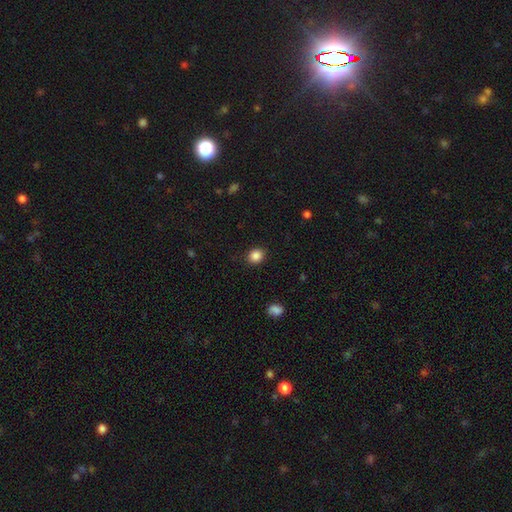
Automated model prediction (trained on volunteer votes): smooth-or-featured: smooth: 86% | star or artifact: 10% | featured or disk: 4%
  how-rounded: round: 69% | in between: 30% | cigar-shaped: 1%
  merging: none: 89% | minor disturbance: 8% | major disturbance: 2% | merger: 1%